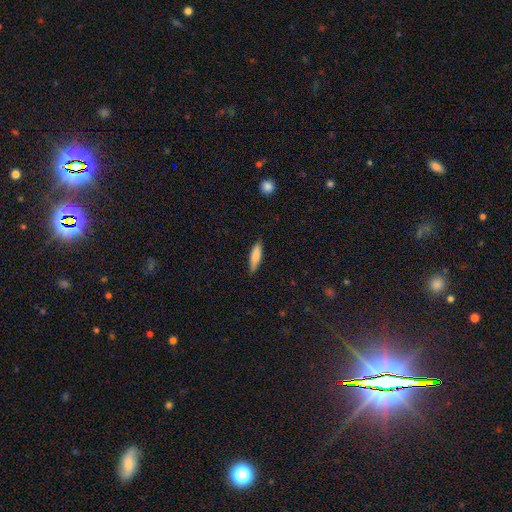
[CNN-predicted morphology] This is clearly a smooth galaxy (81%). How rounded: likely cigar-shaped (62%). Merging: clearly none (84%).